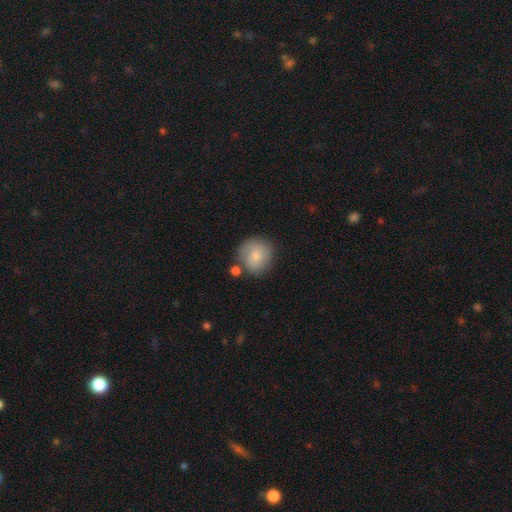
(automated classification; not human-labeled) The model was most divided on "merging": none: 66%, minor disturbance: 18%, merger: 11%, major disturbance: 5%. More confident: how rounded — round (88%); smooth or featured — smooth (74%).